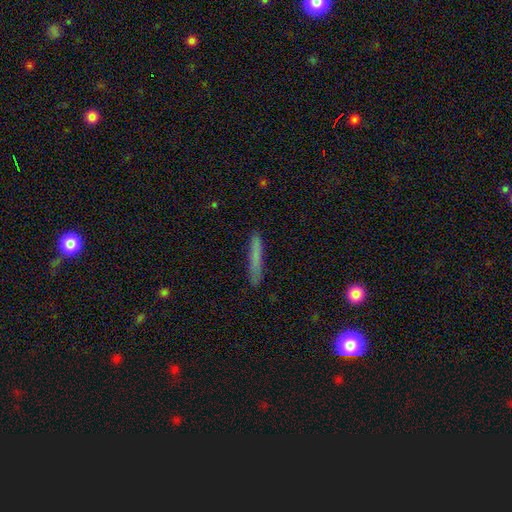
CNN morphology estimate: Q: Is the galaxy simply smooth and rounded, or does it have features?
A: smooth — 73%.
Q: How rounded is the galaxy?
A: cigar-shaped — 95%.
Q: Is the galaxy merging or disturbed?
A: none — 88%.